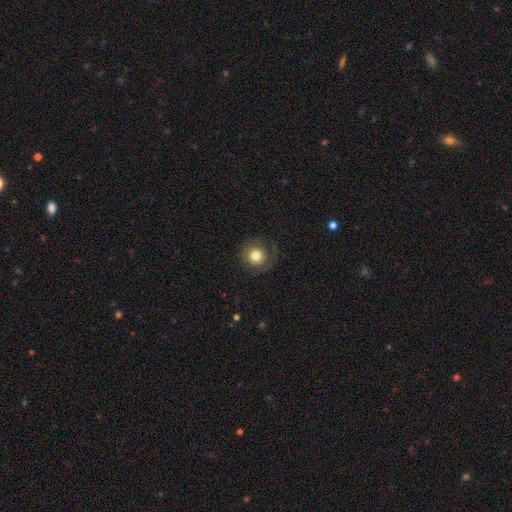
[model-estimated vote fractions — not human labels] This is likely a smooth galaxy (78%). How rounded: clearly round (92%). Merging: likely none (77%).